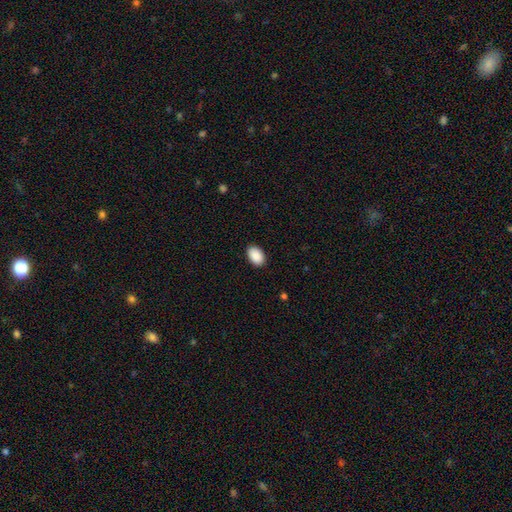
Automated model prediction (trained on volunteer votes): Overall: smooth (91%). How rounded: in between (91%). Merging: none (90%).